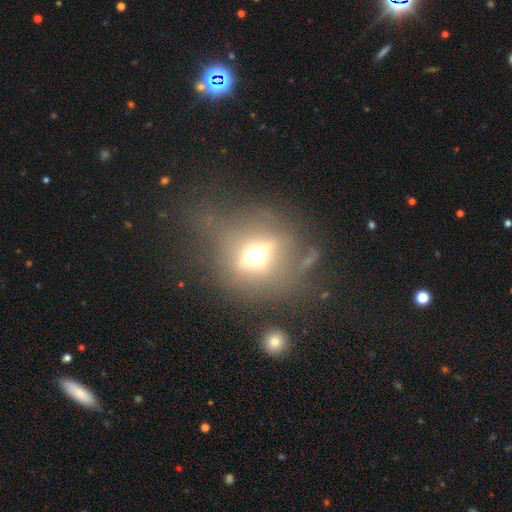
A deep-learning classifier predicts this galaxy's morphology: This appears to be a featured or disk galaxy (54%) viewed edge-on (57%). Merging: none (60%).